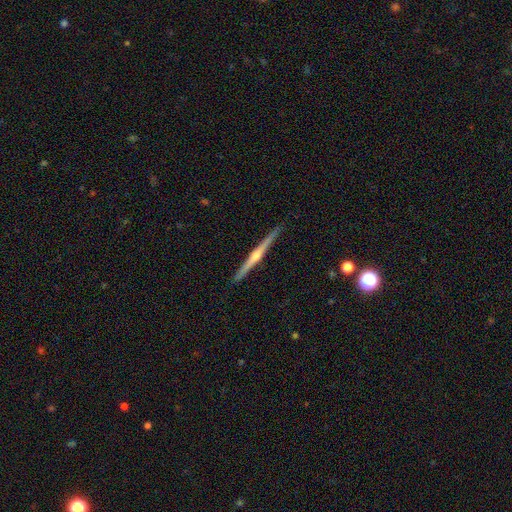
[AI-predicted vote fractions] Smooth or featured?
  - featured or disk: 81% *
  - smooth: 14%
  - star or artifact: 5%
Edge-on disk?
  - yes: 99% *
  - no: 1%
Edge-on bulge?
  - rounded: 86% *
  - none: 9%
  - boxy: 5%
Merging?
  - none: 92% *
  - minor disturbance: 6%
  - major disturbance: 1%
  - merger: 1%